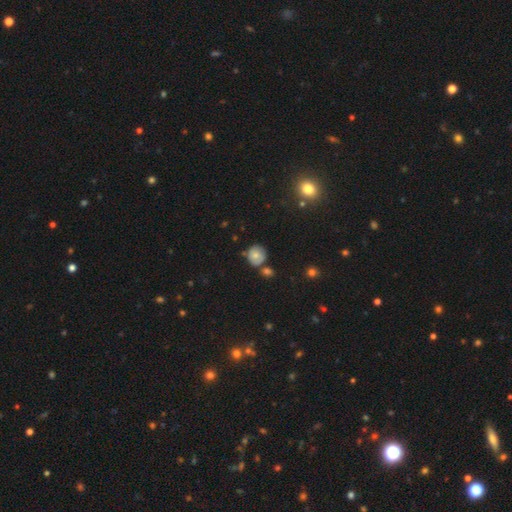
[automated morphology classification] Smooth or featured? smooth (70%)
How rounded? round (83%)
Merging? none (64%)